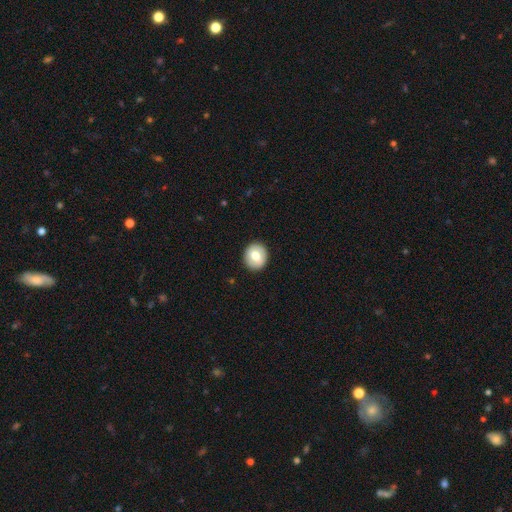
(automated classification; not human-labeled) smooth-or-featured: smooth: 69% | featured or disk: 24% | star or artifact: 7%
  how-rounded: round: 80% | in between: 19% | cigar-shaped: 1%
  merging: none: 90% | minor disturbance: 7% | major disturbance: 2% | merger: 1%